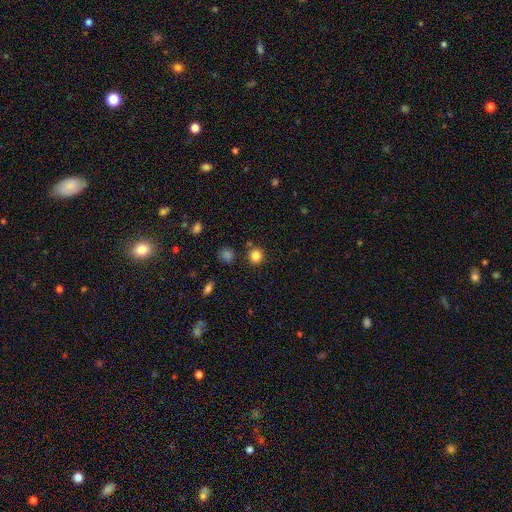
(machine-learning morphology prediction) smooth 83%, star or artifact 12%, featured or disk 4%. Down the decision tree: how rounded — round (93%); merging — none (86%).